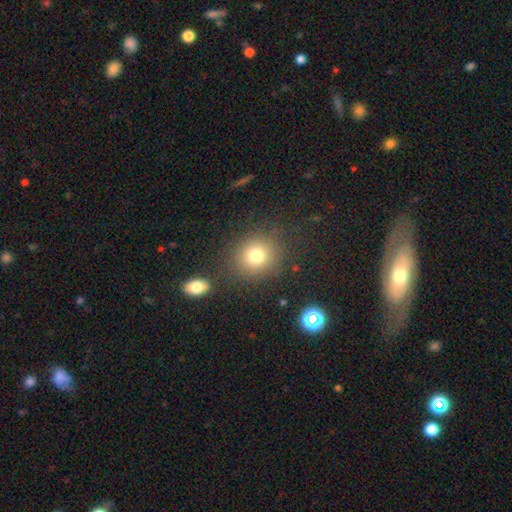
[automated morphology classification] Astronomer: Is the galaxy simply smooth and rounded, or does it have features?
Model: smooth — 78%.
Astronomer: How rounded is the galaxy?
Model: round — 82%.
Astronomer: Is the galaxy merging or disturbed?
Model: none — 82%.